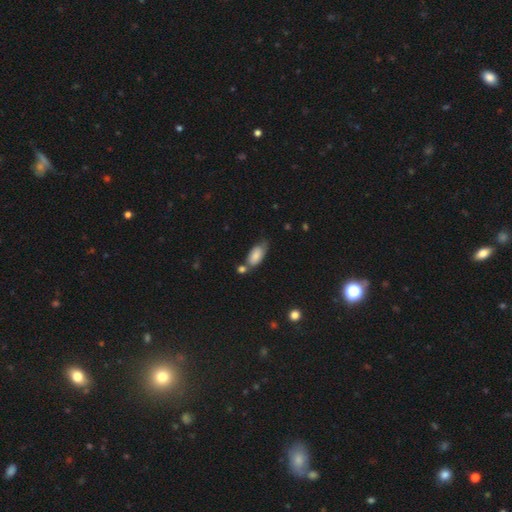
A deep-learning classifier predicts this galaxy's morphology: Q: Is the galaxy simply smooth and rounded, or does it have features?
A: smooth — 77%.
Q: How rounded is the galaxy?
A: in between — 90%.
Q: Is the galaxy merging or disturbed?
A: none — 46%.